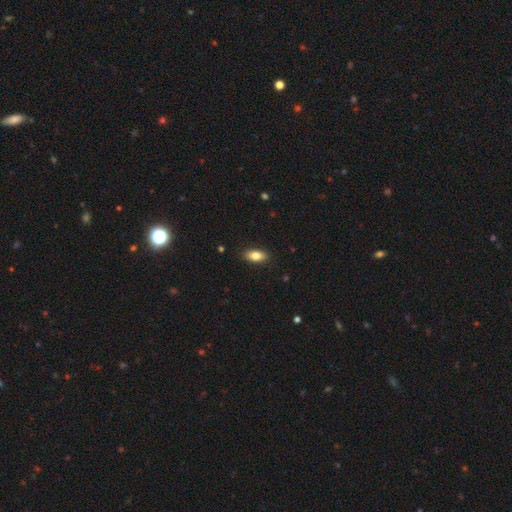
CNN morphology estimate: A smooth galaxy with no disk features (79%) that is in between round and cigar-shaped (86%).

Vote fractions:
- Smooth or featured? smooth: 79% / featured or disk: 13% / star or artifact: 7%
- How rounded? in between: 86% / cigar-shaped: 10% / round: 3%
- Merging? none: 88% / minor disturbance: 9% / major disturbance: 2% / merger: 1%